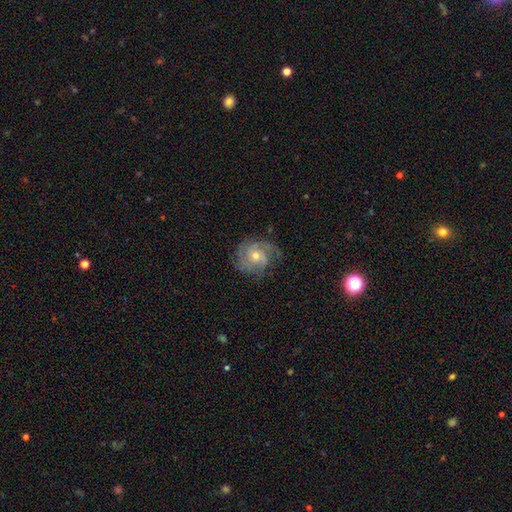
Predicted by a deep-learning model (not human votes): The model was most divided on "spiral arm count": 3: 30%, 2: 28%, can't tell: 22%, 4: 7%, 1: 6%, more than 4: 5%. More confident: edge-on disk — no (98%); spiral arms — yes (95%); smooth or featured — featured or disk (83%); bar — no (72%); merging — none (71%); spiral winding — tight (56%); bulge size — moderate (52%).